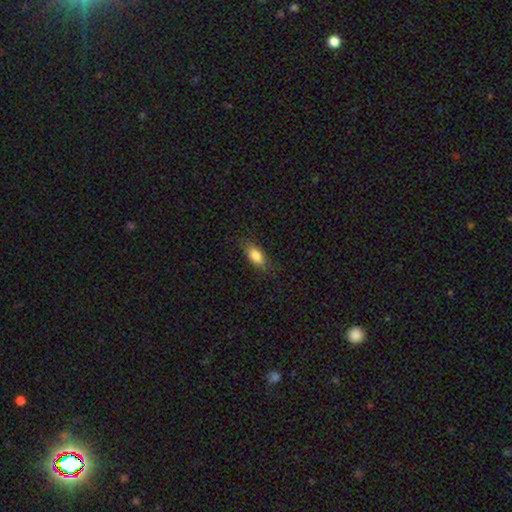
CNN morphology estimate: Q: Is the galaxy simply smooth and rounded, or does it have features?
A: smooth — 82%.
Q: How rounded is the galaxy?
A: in between — 82%.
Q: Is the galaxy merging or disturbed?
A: none — 80%.